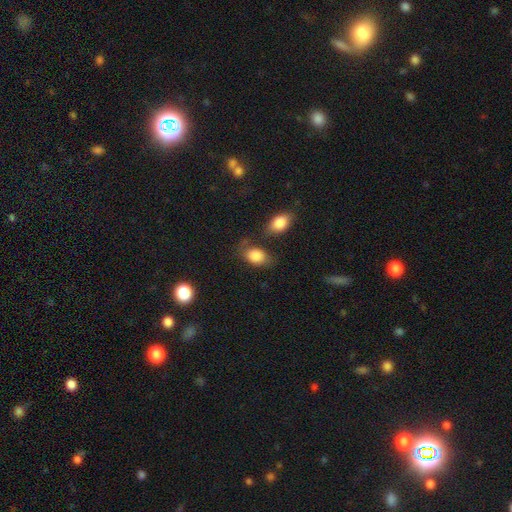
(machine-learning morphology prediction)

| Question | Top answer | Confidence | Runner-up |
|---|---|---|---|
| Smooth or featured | smooth | 86% | star or artifact (8%) |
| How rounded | in between | 81% | round (18%) |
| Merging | none | 57% | minor disturbance (23%) |